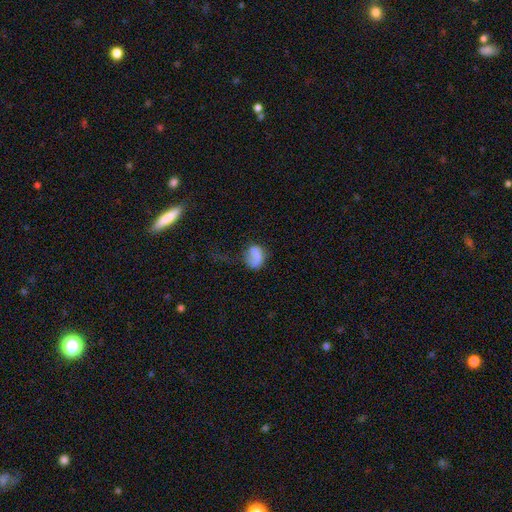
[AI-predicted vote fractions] smooth-or-featured: smooth: 59% | featured or disk: 31% | star or artifact: 10%
  how-rounded: in between: 59% | round: 39% | cigar-shaped: 2%
  merging: none: 40% | major disturbance: 31% | minor disturbance: 25% | merger: 4%